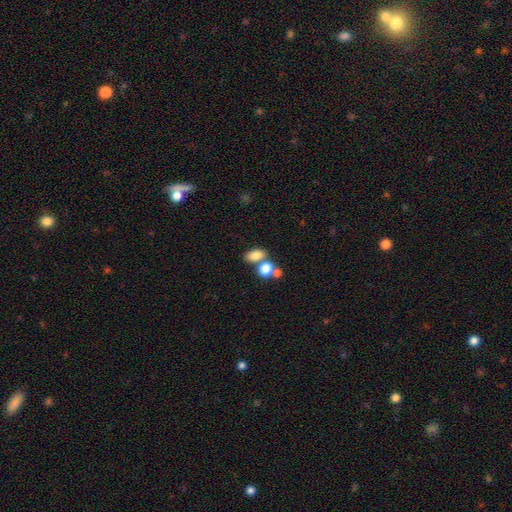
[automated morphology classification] This is likely a smooth galaxy (79%). How rounded: likely in between (78%). Merging: possibly none (57%).